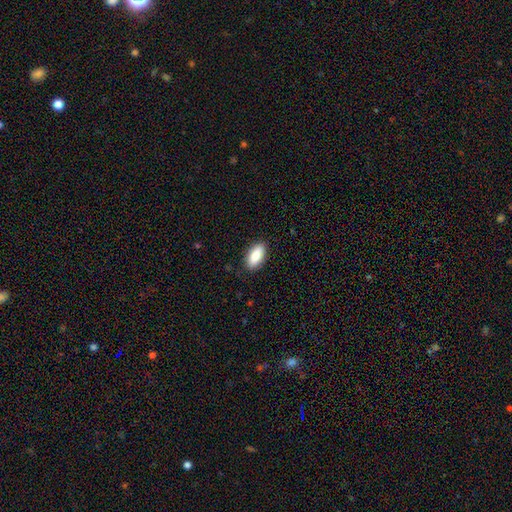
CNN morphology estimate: A smooth galaxy with no disk features (84%) that is in between round and cigar-shaped (85%). Merging: none (87%).